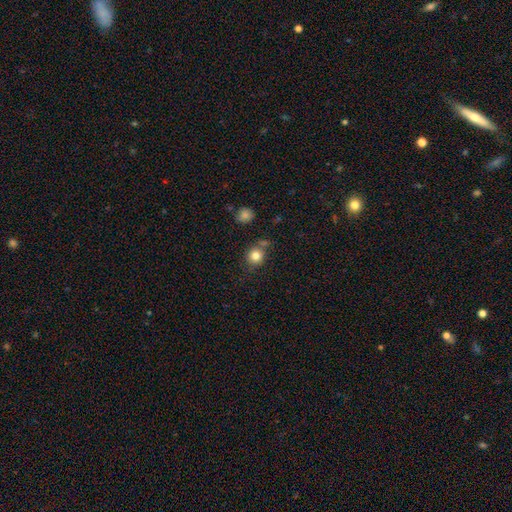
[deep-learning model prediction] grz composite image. It shows a smooth galaxy with no disk features (82%) that is round (86%). Merging: none (72%).